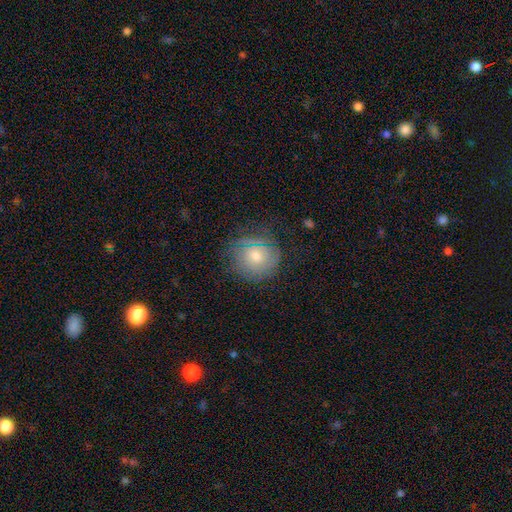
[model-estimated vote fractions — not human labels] smooth 51%, featured or disk 36%, star or artifact 13%. Down the decision tree: how rounded — round (88%); merging — none (71%).